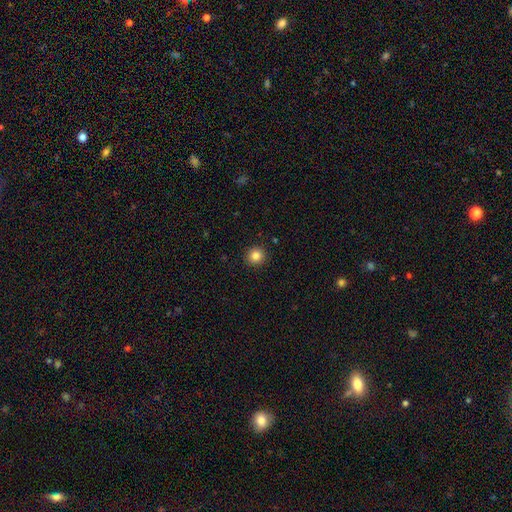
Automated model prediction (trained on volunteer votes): smooth-or-featured: smooth: 84% | star or artifact: 11% | featured or disk: 5%
  how-rounded: round: 92% | in between: 7% | cigar-shaped: 1%
  merging: none: 92% | minor disturbance: 5% | major disturbance: 2% | merger: 1%